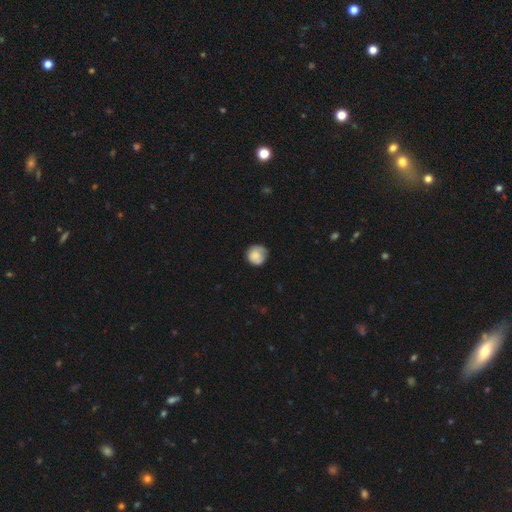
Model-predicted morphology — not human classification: The model was most divided on "merging": none: 65%, minor disturbance: 27%, major disturbance: 7%, merger: 2%. More confident: how rounded — round (91%); smooth or featured — smooth (80%).